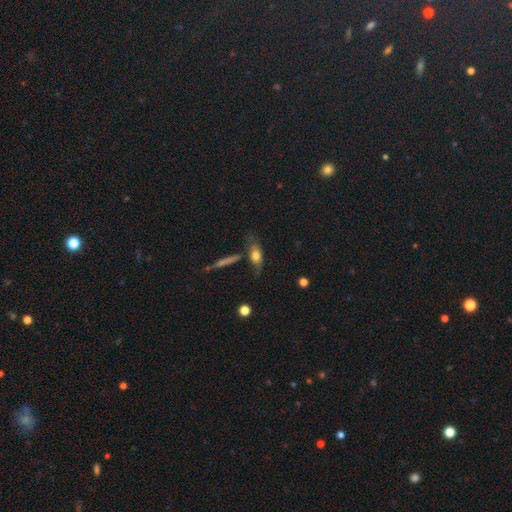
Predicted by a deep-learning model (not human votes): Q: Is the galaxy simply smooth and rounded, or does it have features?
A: smooth — 66%.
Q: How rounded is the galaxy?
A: in between — 67%.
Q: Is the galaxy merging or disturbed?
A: none — 56%.